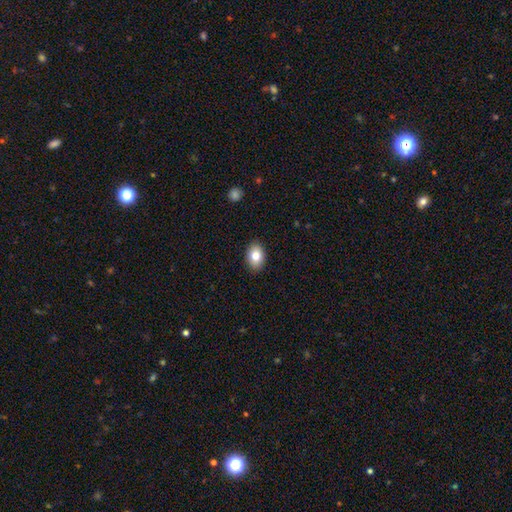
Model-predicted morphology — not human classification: smooth 80%, featured or disk 11%, star or artifact 8%. Down the decision tree: how rounded — in between (82%); merging — none (89%).